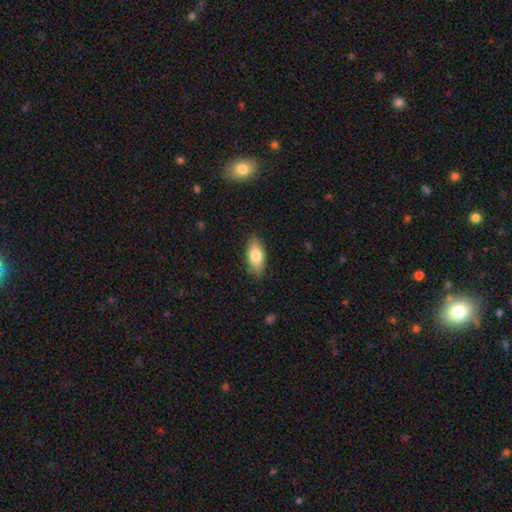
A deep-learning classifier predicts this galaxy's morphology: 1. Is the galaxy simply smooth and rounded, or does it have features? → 78% smooth, 15% featured or disk, 6% star or artifact.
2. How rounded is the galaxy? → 84% in between, 13% cigar-shaped, 3% round.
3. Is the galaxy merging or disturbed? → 86% none, 11% minor disturbance, 2% major disturbance, 1% merger.